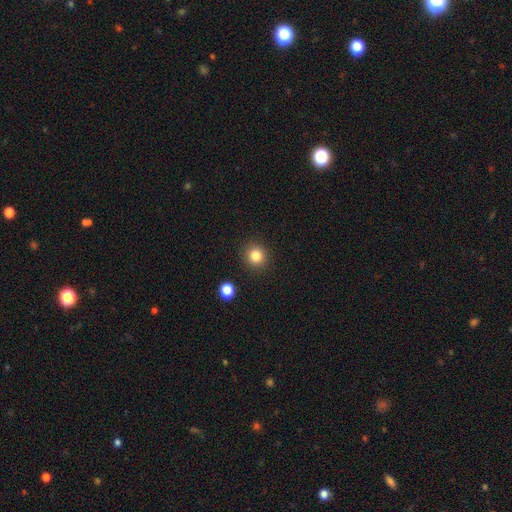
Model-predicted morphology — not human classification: Smooth or featured: smooth — 83% (star or artifact — 12%)
How rounded: round — 91% (in between — 9%)
Merging: none — 91% (minor disturbance — 6%)